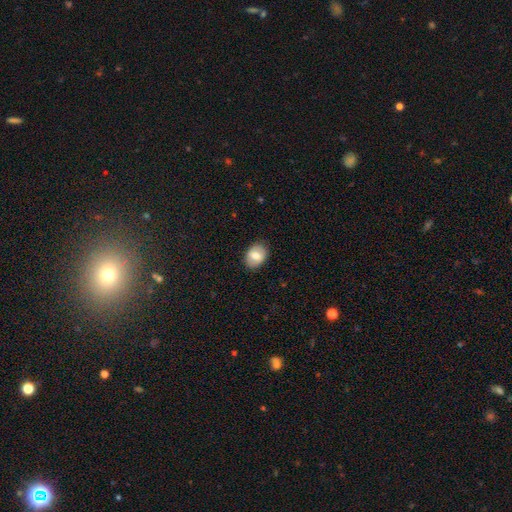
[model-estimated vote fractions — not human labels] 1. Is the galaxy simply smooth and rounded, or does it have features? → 72% smooth, 21% featured or disk, 7% star or artifact.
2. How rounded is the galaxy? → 65% in between, 34% round, 1% cigar-shaped.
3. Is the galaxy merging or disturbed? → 86% none, 11% minor disturbance, 3% major disturbance, 1% merger.